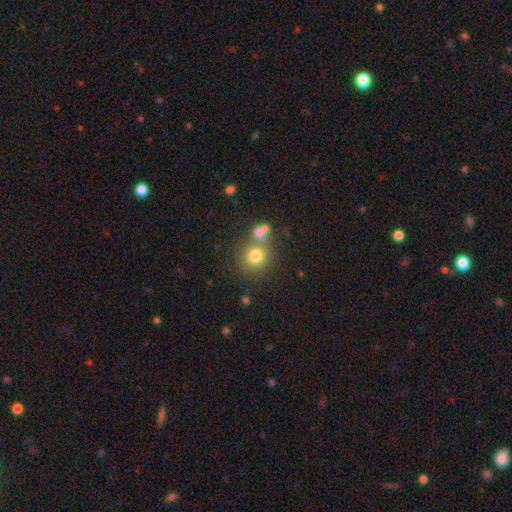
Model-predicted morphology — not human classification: A smooth galaxy with no disk features (76%) that is round (86%).

Vote fractions:
- Smooth or featured? smooth: 76% / star or artifact: 13% / featured or disk: 11%
- How rounded? round: 86% / in between: 13% / cigar-shaped: 1%
- Merging? none: 55% / merger: 32% / minor disturbance: 9% / major disturbance: 4%